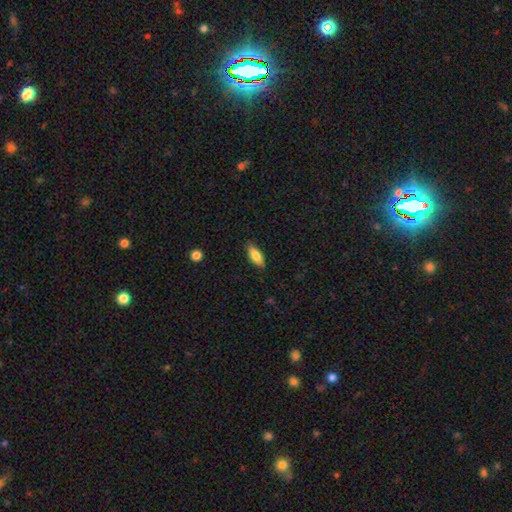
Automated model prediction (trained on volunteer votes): Overall: smooth (79%). How rounded: in between (75%). Merging: none (83%).